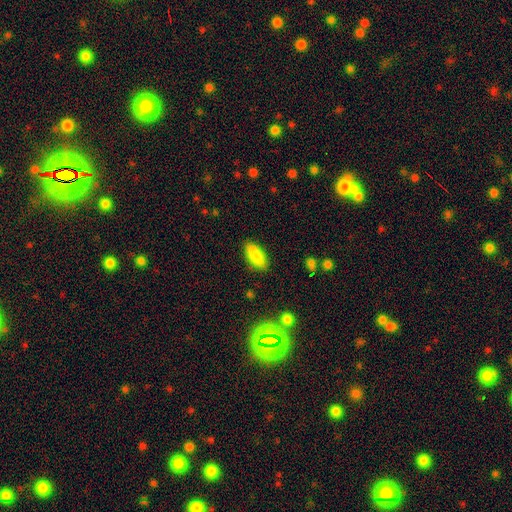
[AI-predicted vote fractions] Smooth or featured? smooth (86%)
How rounded? in between (84%)
Merging? none (86%)